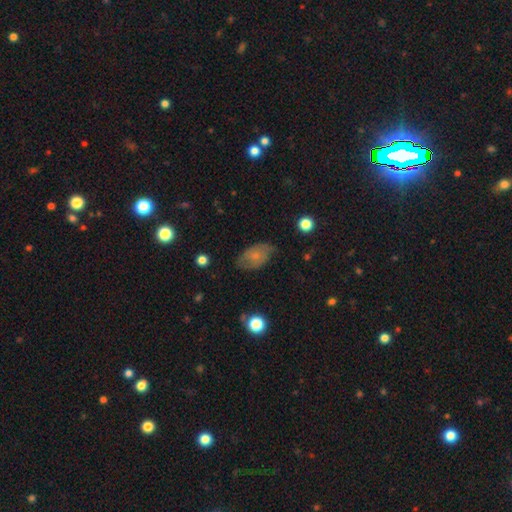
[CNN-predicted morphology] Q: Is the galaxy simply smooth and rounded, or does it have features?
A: smooth — 57%.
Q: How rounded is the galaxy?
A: in between — 89%.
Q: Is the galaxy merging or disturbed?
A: none — 64%.